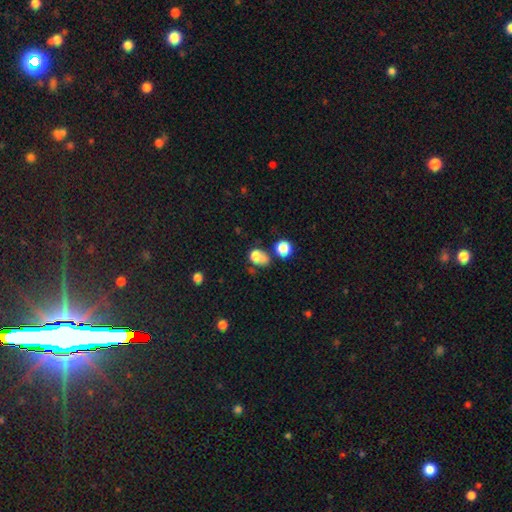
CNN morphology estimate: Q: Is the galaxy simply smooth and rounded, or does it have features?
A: smooth — 73%.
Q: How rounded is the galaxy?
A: in between — 55%.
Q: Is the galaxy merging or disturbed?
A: none — 31%.